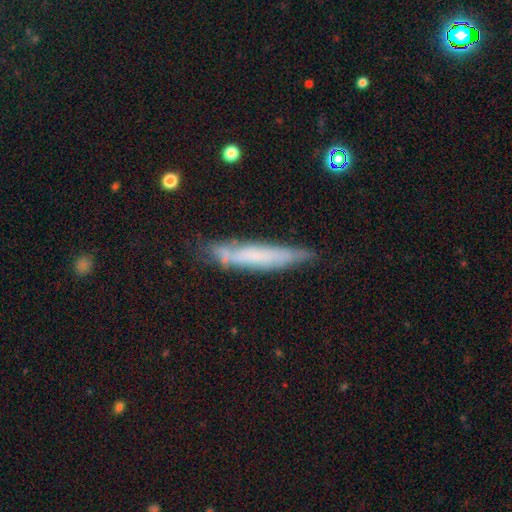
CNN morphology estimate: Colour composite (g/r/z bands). It shows a smooth galaxy with no disk features (50%) that is cigar-shaped (90%). Merging: none (66%).